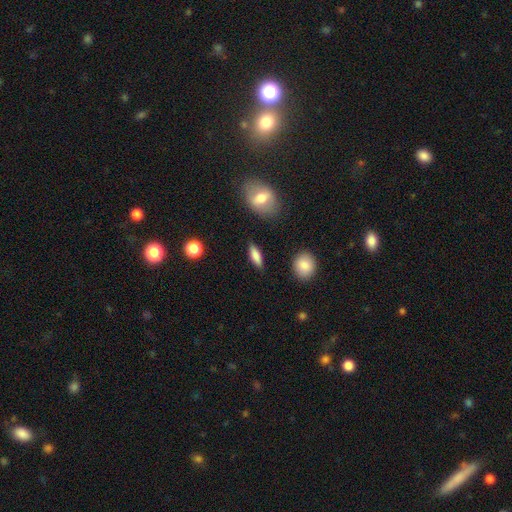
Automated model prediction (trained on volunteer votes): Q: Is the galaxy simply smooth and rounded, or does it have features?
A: smooth — 76%.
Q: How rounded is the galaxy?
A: in between — 49%.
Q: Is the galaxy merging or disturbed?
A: none — 85%.